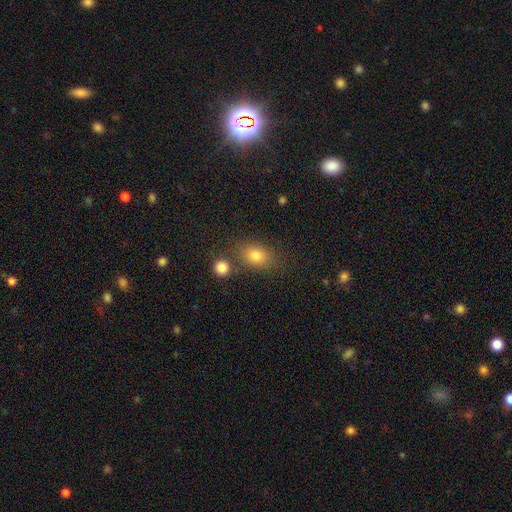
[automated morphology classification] The model was most divided on "how rounded": in between: 65%, round: 34%, cigar-shaped: 2%. More confident: smooth or featured — smooth (78%); merging — none (71%).